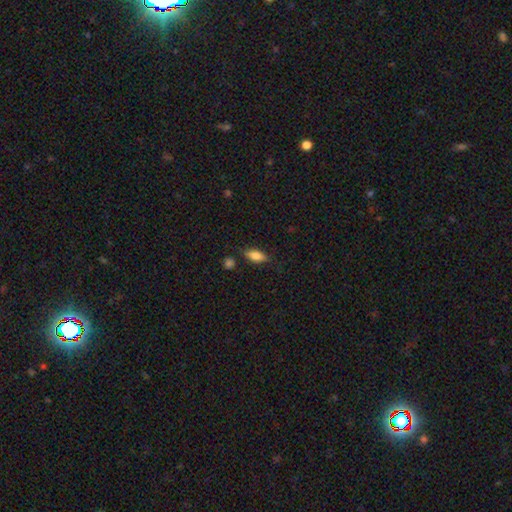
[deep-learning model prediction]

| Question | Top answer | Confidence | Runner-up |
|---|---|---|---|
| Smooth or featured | smooth | 76% | featured or disk (16%) |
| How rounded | in between | 79% | cigar-shaped (18%) |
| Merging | none | 78% | minor disturbance (15%) |